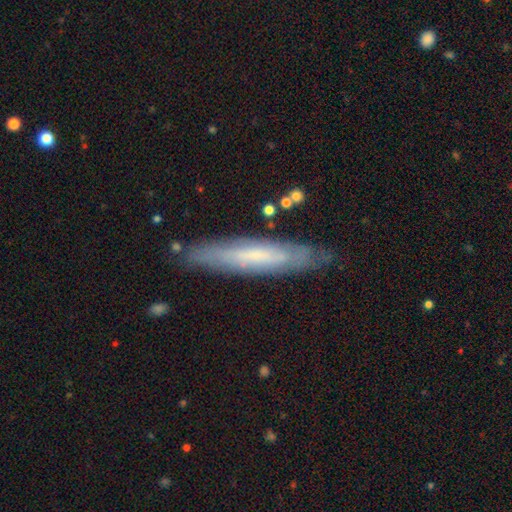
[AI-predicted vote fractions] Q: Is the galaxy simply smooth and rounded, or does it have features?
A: featured or disk — 52%.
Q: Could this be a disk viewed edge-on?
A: yes — 65%.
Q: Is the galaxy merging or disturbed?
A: none — 82%.